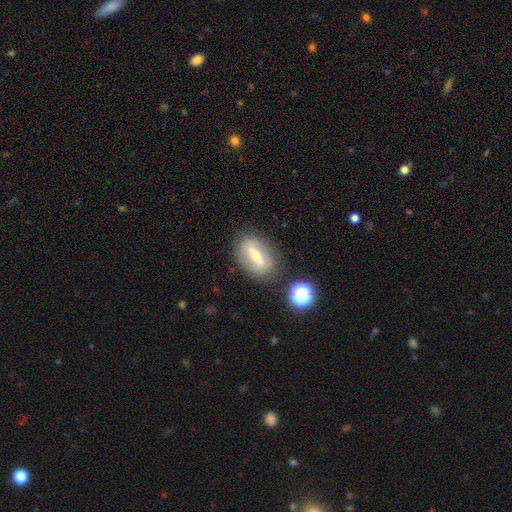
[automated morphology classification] Smooth or featured: featured or disk — 53% (smooth — 37%)
Edge-on disk: no — 80% (yes — 20%)
Merging: none — 78% (minor disturbance — 13%)